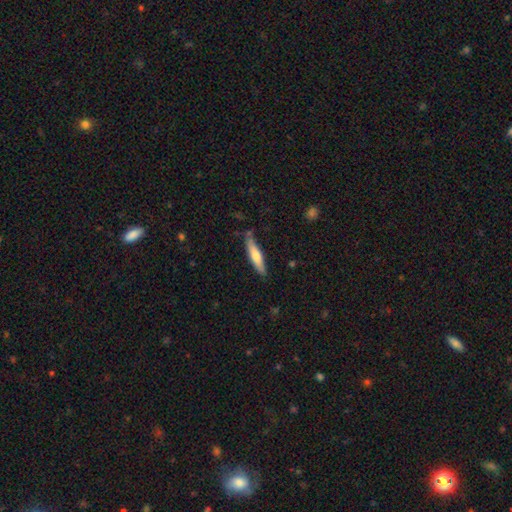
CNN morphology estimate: This is likely a smooth galaxy (61%). How rounded: clearly cigar-shaped (84%). Merging: likely none (80%).